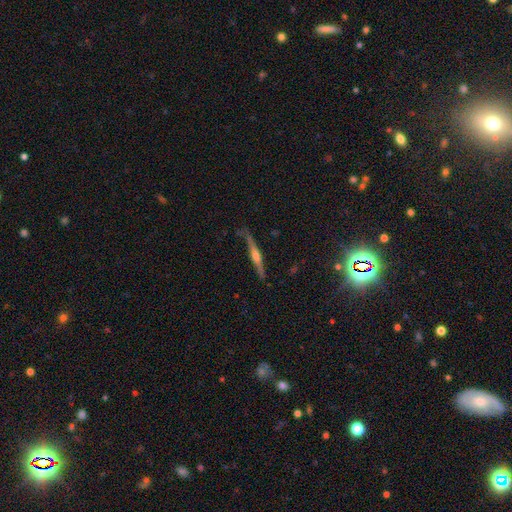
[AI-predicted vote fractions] The model was most divided on "smooth or featured": featured or disk: 76%, smooth: 16%, star or artifact: 7%. More confident: edge-on disk — yes (96%); edge-on bulge — rounded (84%); merging — none (79%).